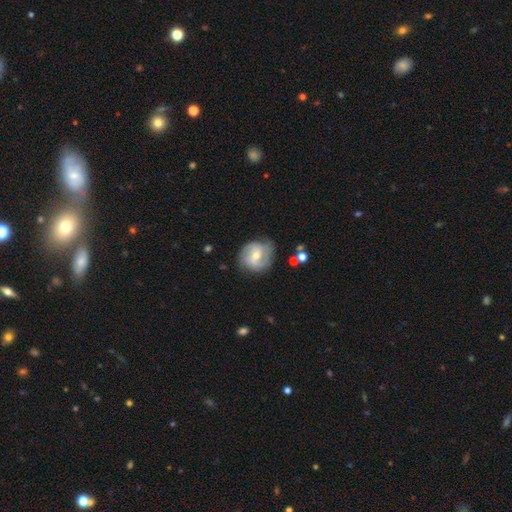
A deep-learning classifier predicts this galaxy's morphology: Q: Smooth or featured?
A: featured or disk (65%); runner-up: smooth (28%)
Q: Edge-on disk?
A: no (97%); runner-up: yes (3%)
Q: Bar?
A: weak (44%); runner-up: no (41%)
Q: Spiral arms?
A: yes (83%); runner-up: no (17%)
Q: Spiral winding?
A: medium (42%); runner-up: tight (35%)
Q: Spiral arm count?
A: 2 (58%); runner-up: can't tell (22%)
Q: Bulge size?
A: moderate (57%); runner-up: small (39%)
Q: Merging?
A: none (70%); runner-up: minor disturbance (21%)